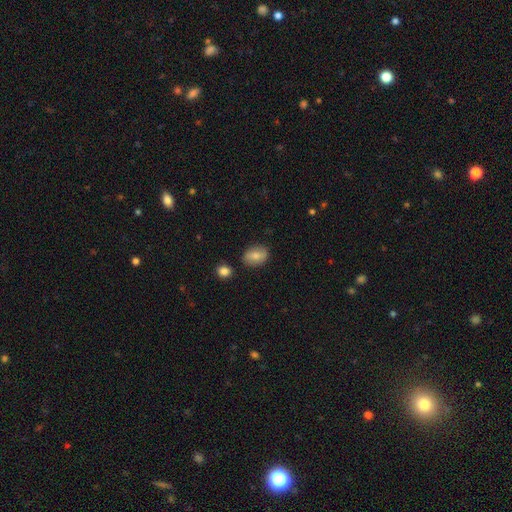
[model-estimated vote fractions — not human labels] This appears to be a smooth galaxy with no disk features (75%) that is in between round and cigar-shaped (79%). Merging: none (81%).